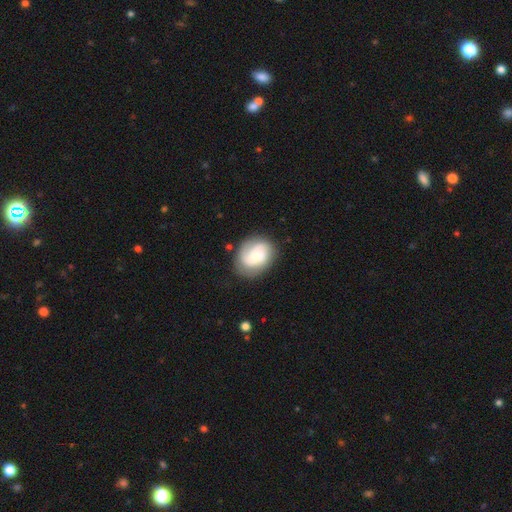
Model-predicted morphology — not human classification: Smooth or featured?
  - featured or disk: 61% *
  - smooth: 32%
  - star or artifact: 7%
Edge-on disk?
  - no: 98% *
  - yes: 2%
Bar?
  - no: 65% *
  - weak: 29%
  - strong: 5%
Spiral arms?
  - yes: 93% *
  - no: 7%
Spiral winding?
  - tight: 44% *
  - medium: 40%
  - loose: 15%
Spiral arm count?
  - 2: 42% *
  - 3: 26%
  - can't tell: 18%
  - 1: 7%
  - 4: 4%
  - more than 4: 3%
Bulge size?
  - small: 42% *
  - moderate: 34%
  - large: 14%
  - none: 7%
  - dominant: 4%
Merging?
  - none: 75% *
  - minor disturbance: 16%
  - major disturbance: 7%
  - merger: 2%